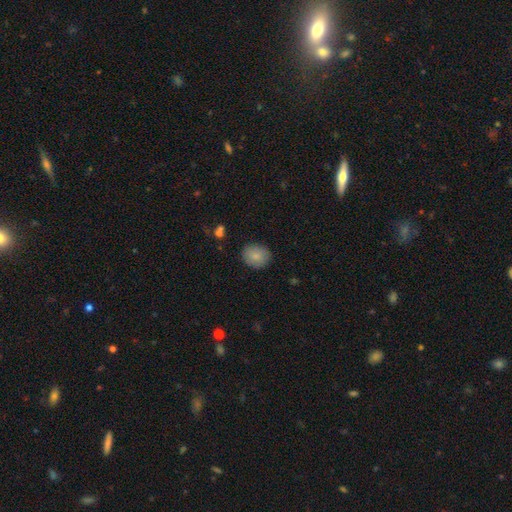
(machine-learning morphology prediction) A smooth galaxy with no disk features (85%) that is round (70%).

Vote fractions:
- Smooth or featured? smooth: 85% / star or artifact: 8% / featured or disk: 7%
- How rounded? round: 70% / in between: 29% / cigar-shaped: 1%
- Merging? none: 86% / minor disturbance: 10% / major disturbance: 2% / merger: 1%